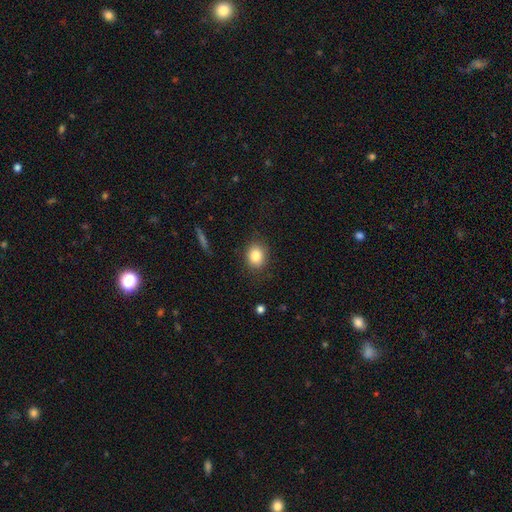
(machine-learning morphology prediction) Smooth or featured?
  - smooth: 83% *
  - star or artifact: 10%
  - featured or disk: 8%
How rounded?
  - round: 58% *
  - in between: 41%
  - cigar-shaped: 1%
Merging?
  - none: 84% *
  - minor disturbance: 12%
  - major disturbance: 3%
  - merger: 1%